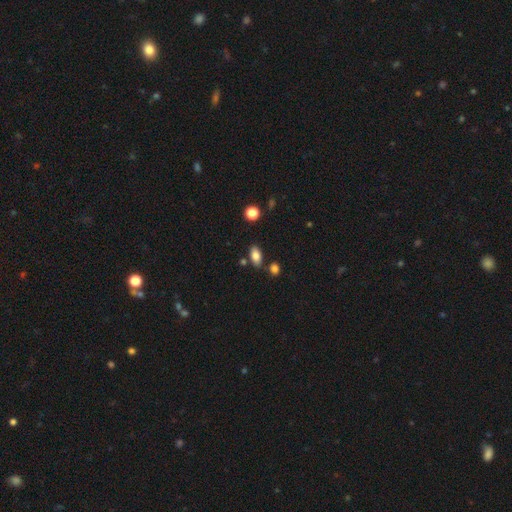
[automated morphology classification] A smooth galaxy with no disk features (83%) that is in between round and cigar-shaped (89%). Merging: none (76%).